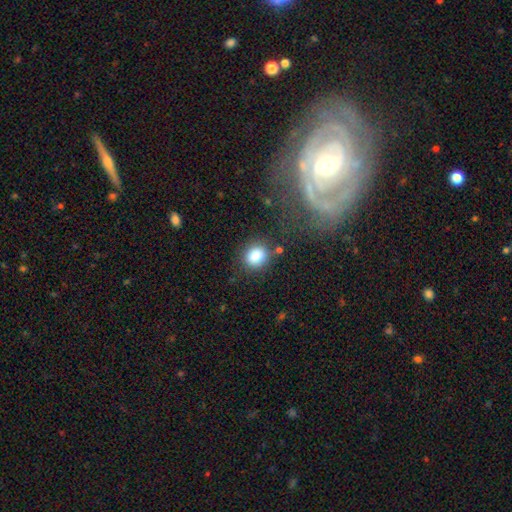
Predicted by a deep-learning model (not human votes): Smooth or featured? Predicted: smooth (p=0.85). How rounded? Predicted: round (p=0.61). Merging? Predicted: none (p=0.76).